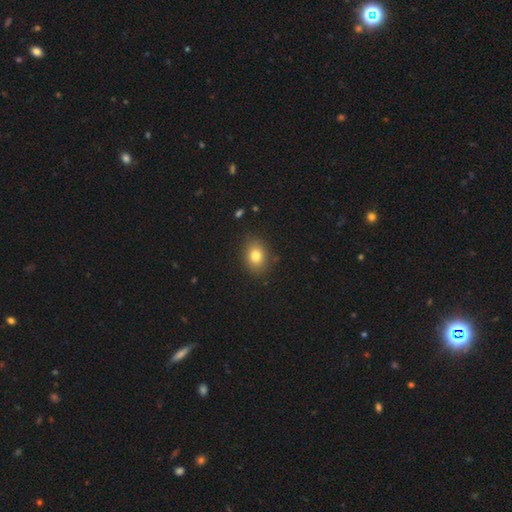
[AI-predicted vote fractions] This appears to be a smooth galaxy with no disk features (81%) that is in between round and cigar-shaped (60%). Merging: none (85%).